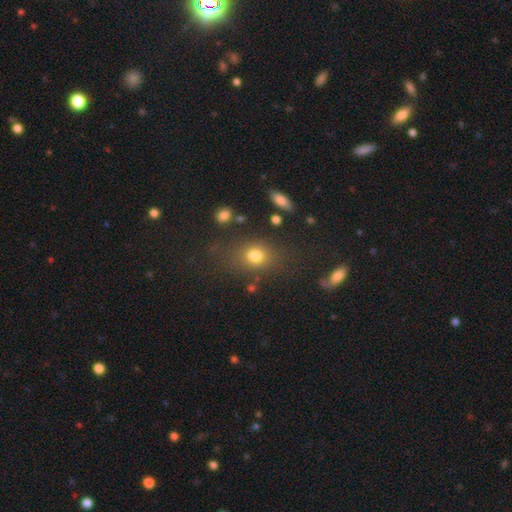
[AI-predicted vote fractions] Morphology: type=smooth (76%); roundness=in between (57%); merging=none (66%).